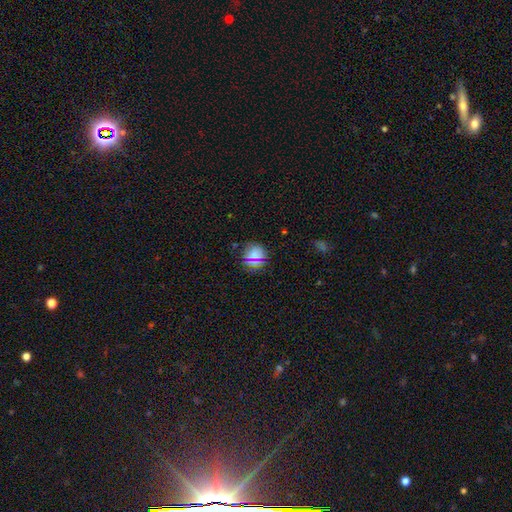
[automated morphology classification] This appears to be a smooth galaxy with no disk features (68%) that is round (86%). Merging: none (83%).